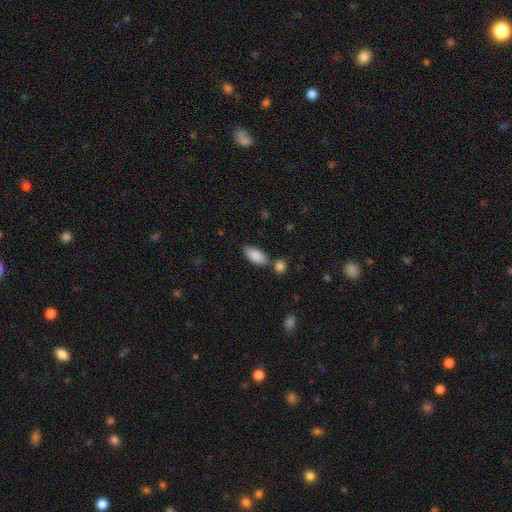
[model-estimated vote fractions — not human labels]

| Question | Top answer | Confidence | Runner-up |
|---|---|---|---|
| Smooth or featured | smooth | 88% | star or artifact (6%) |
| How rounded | in between | 89% | cigar-shaped (9%) |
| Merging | none | 67% | merger (15%) |